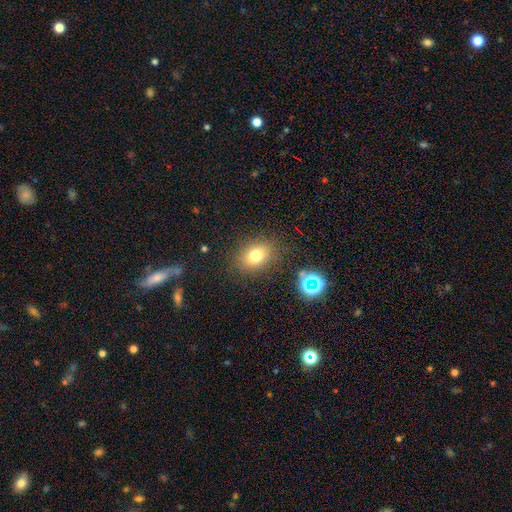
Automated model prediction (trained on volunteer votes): Q: Smooth or featured?
A: smooth (73%); runner-up: star or artifact (16%)
Q: How rounded?
A: in between (55%); runner-up: round (44%)
Q: Merging?
A: none (82%); runner-up: minor disturbance (11%)